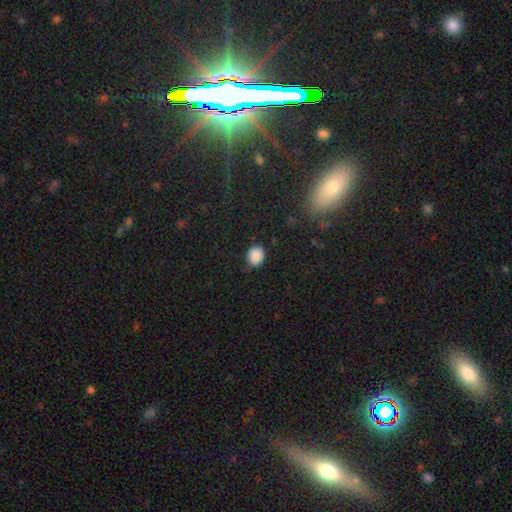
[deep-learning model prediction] Smooth or featured? Predicted: smooth (p=0.88). How rounded? Predicted: round (p=0.64). Merging? Predicted: none (p=0.81).